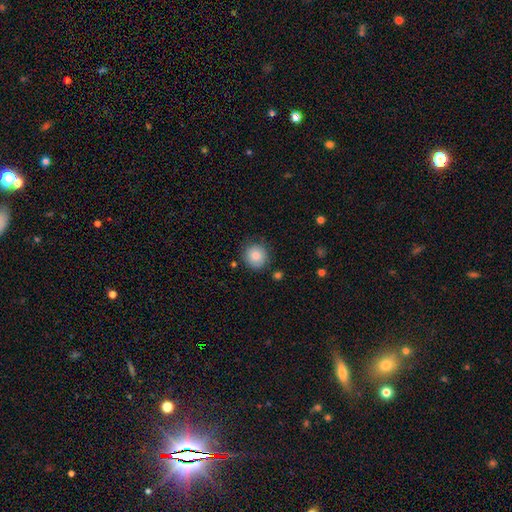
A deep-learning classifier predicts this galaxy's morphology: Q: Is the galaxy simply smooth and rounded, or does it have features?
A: smooth — 82%.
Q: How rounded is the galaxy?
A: round — 93%.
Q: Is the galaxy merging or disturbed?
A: none — 83%.